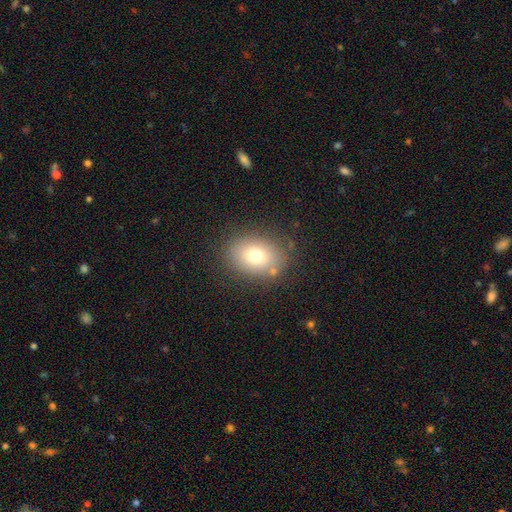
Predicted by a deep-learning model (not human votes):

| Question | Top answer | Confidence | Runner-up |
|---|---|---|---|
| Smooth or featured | smooth | 72% | featured or disk (15%) |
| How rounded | in between | 60% | round (39%) |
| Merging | none | 80% | minor disturbance (12%) |